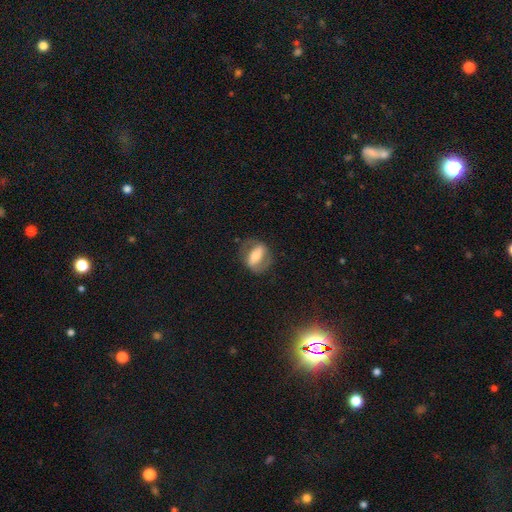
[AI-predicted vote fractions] A featured or disk galaxy (59%) with a strong bar (65%), spiral arms (53%) and a moderate central bulge (50%).

Vote fractions:
- Smooth or featured? featured or disk: 59% / smooth: 35% / star or artifact: 7%
- Edge-on disk? no: 87% / yes: 13%
- Bar? strong: 65% / weak: 21% / no: 14%
- Spiral arms? yes: 53% / no: 47%
- Bulge size? moderate: 50% / small: 24% / large: 19% / none: 3% / dominant: 3%
- Merging? none: 71% / minor disturbance: 16% / major disturbance: 11% / merger: 1%